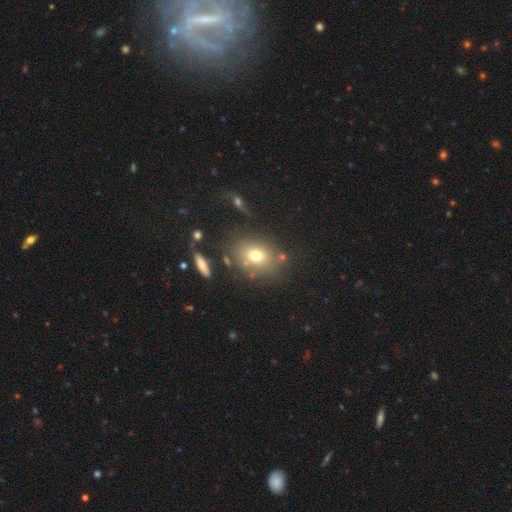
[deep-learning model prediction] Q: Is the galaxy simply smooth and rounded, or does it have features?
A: smooth — 70%.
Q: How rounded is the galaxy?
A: round — 52%.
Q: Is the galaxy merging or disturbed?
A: none — 75%.